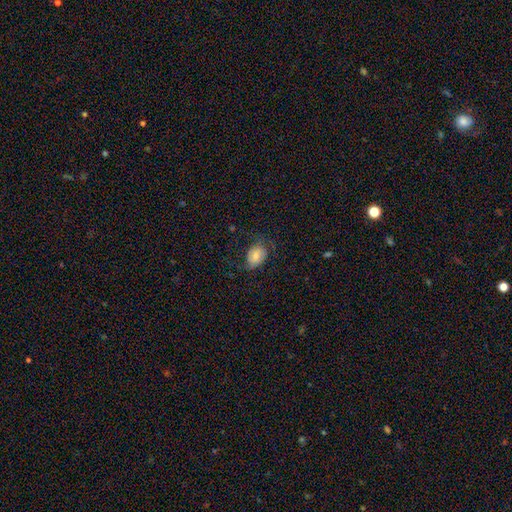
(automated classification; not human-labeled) Smooth or featured? Predicted: smooth (p=0.65). How rounded? Predicted: in between (p=0.71). Merging? Predicted: none (p=0.58).